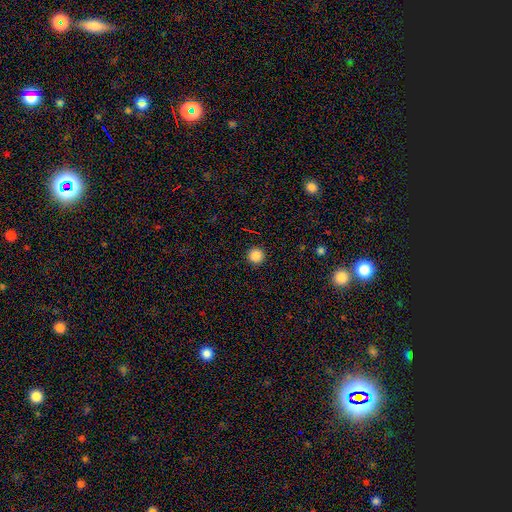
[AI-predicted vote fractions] smooth_or_featured: smooth (p=0.86) [alt: star or artifact p=0.11]
how_rounded: round (p=0.96) [alt: in between p=0.03]
merging: none (p=0.93) [alt: minor disturbance p=0.04]